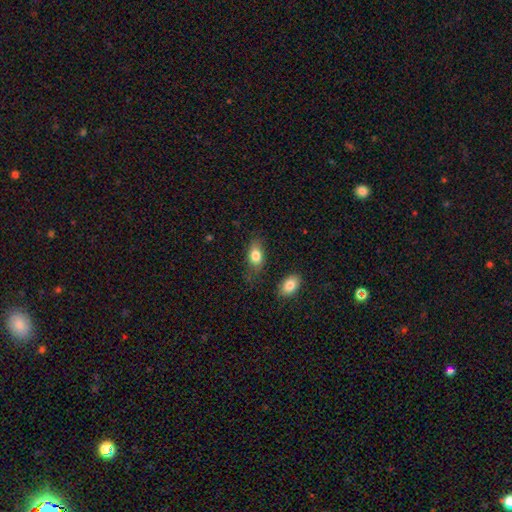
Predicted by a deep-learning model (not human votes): A smooth galaxy with no disk features (81%) that is in between round and cigar-shaped (87%).

Vote fractions:
- Smooth or featured? smooth: 81% / featured or disk: 12% / star or artifact: 8%
- How rounded? in between: 87% / round: 9% / cigar-shaped: 4%
- Merging? none: 70% / minor disturbance: 20% / major disturbance: 6% / merger: 3%